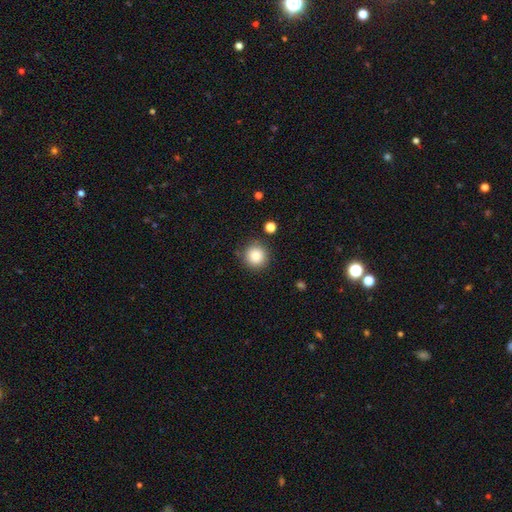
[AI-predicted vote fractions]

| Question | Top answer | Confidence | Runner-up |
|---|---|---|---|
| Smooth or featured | smooth | 85% | star or artifact (10%) |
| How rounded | round | 94% | in between (5%) |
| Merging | none | 86% | minor disturbance (8%) |